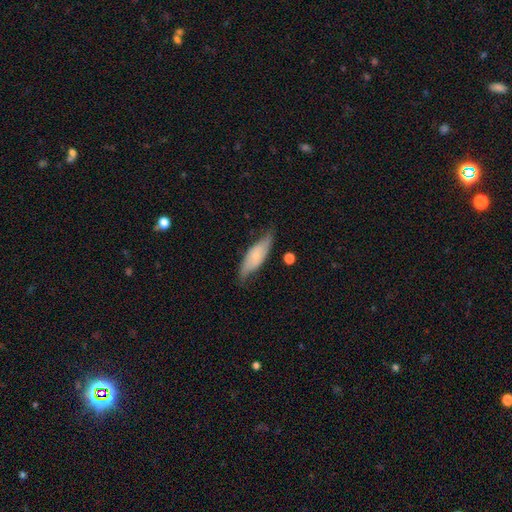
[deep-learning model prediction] Morphology: type=smooth (54%); roundness=in between (58%); merging=none (68%).